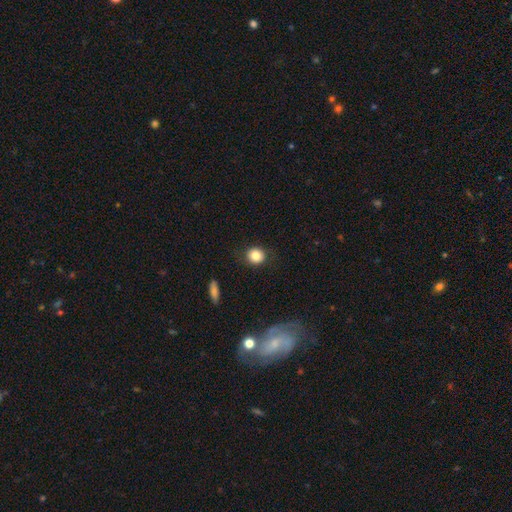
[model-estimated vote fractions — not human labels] Smooth or featured? smooth (83%)
How rounded? round (83%)
Merging? none (86%)